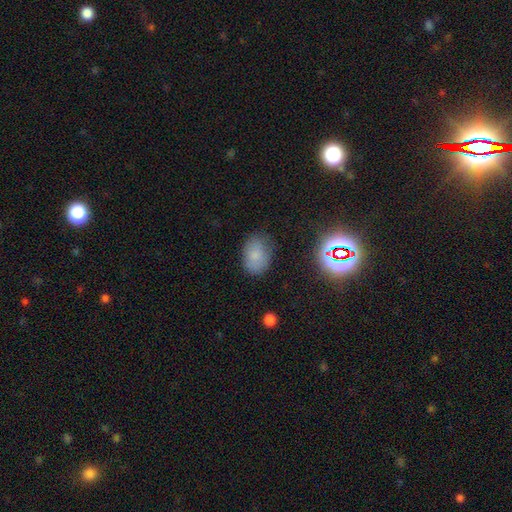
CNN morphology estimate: A smooth galaxy with no disk features (77%) that is in between round and cigar-shaped (78%).

Vote fractions:
- Smooth or featured? smooth: 77% / star or artifact: 13% / featured or disk: 10%
- How rounded? in between: 78% / round: 21% / cigar-shaped: 1%
- Merging? none: 75% / minor disturbance: 18% / major disturbance: 5% / merger: 2%